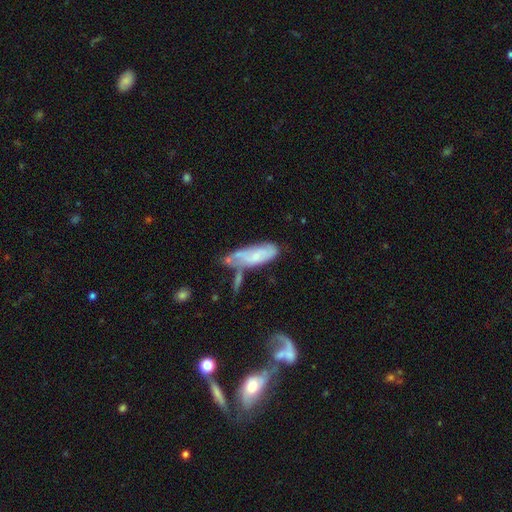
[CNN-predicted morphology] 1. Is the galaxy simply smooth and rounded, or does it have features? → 47% smooth, 45% featured or disk, 9% star or artifact.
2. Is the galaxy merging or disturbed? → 29% none, 27% minor disturbance, 23% merger, 20% major disturbance.